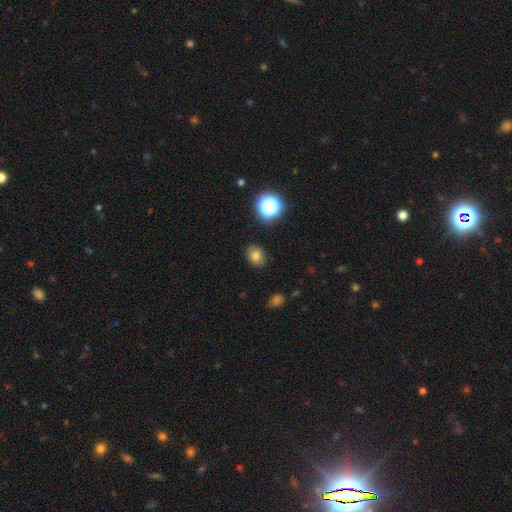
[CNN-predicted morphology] This is likely a smooth galaxy (77%). How rounded: possibly in between (52%). Merging: clearly none (85%).